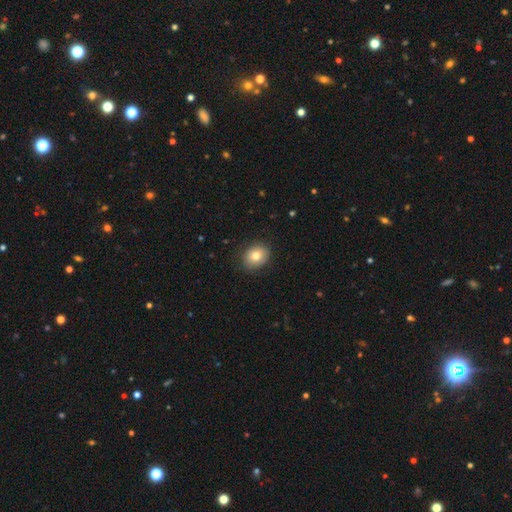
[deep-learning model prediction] Morphology: type=smooth (79%); roundness=round (51%); merging=none (84%).